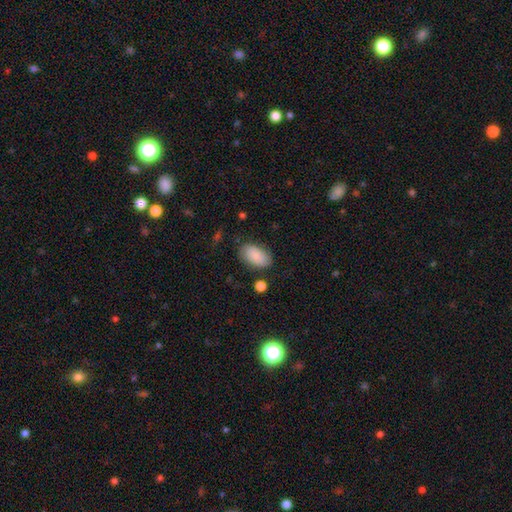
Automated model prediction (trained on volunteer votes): Overall: smooth (81%). How rounded: in between (94%). Merging: none (77%).